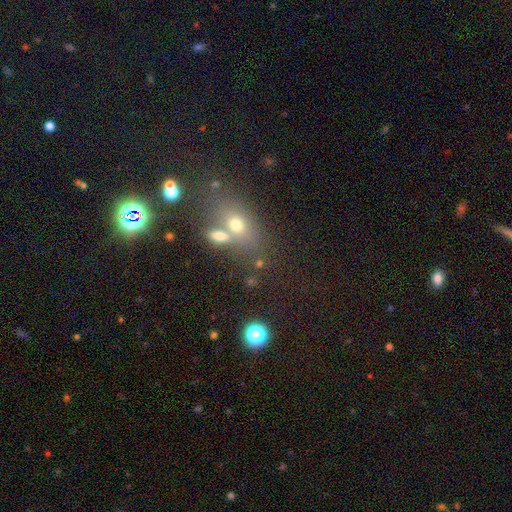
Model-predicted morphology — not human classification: type=smooth (45%); merging=none (52%).